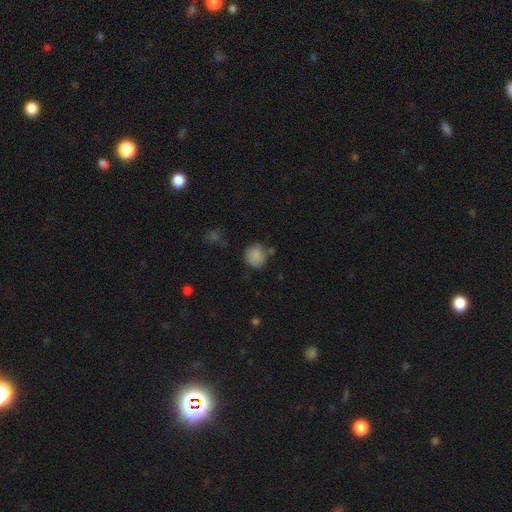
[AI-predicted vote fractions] The model was most divided on "merging": none: 67%, minor disturbance: 20%, merger: 7%, major disturbance: 6%. More confident: smooth or featured — smooth (85%); how rounded — round (82%).